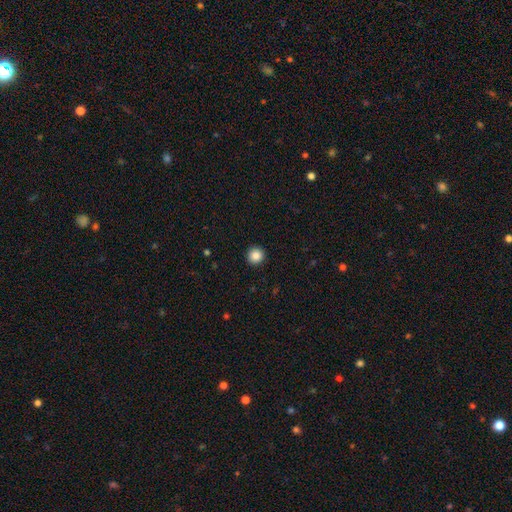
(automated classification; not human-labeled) Morphology: type=smooth (87%); roundness=round (95%); merging=none (93%).